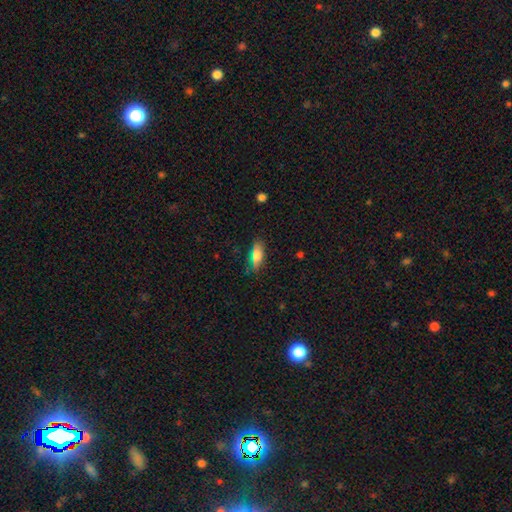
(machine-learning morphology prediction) A smooth galaxy with no disk features (75%) that is in between round and cigar-shaped (71%).

Vote fractions:
- Smooth or featured? smooth: 75% / featured or disk: 14% / star or artifact: 10%
- How rounded? in between: 71% / cigar-shaped: 25% / round: 3%
- Merging? none: 80% / minor disturbance: 15% / major disturbance: 3% / merger: 2%